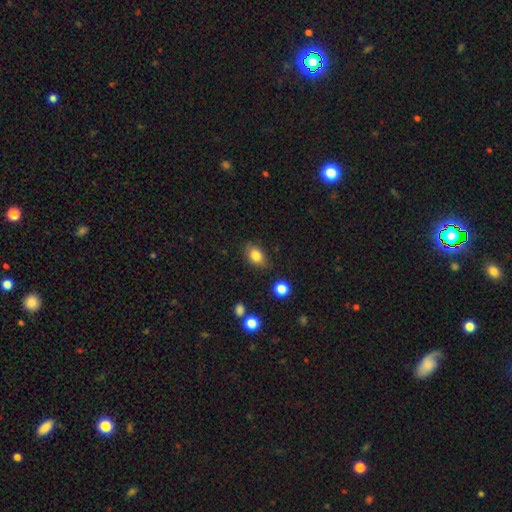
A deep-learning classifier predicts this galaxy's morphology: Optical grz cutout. It shows a smooth galaxy with no disk features (82%) that is in between round and cigar-shaped (79%). Merging: none (83%).